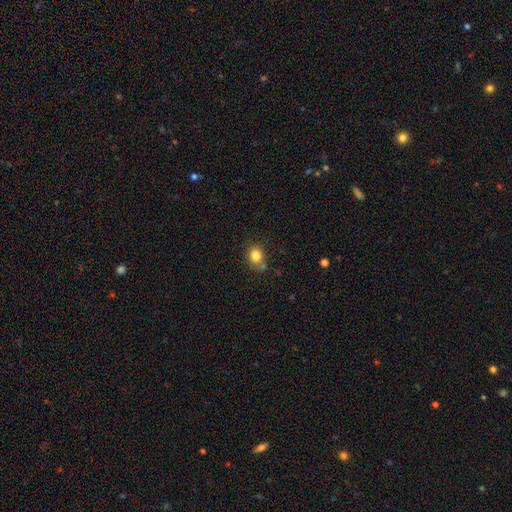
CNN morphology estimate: Smooth or featured? smooth (82%)
How rounded? round (66%)
Merging? none (68%)